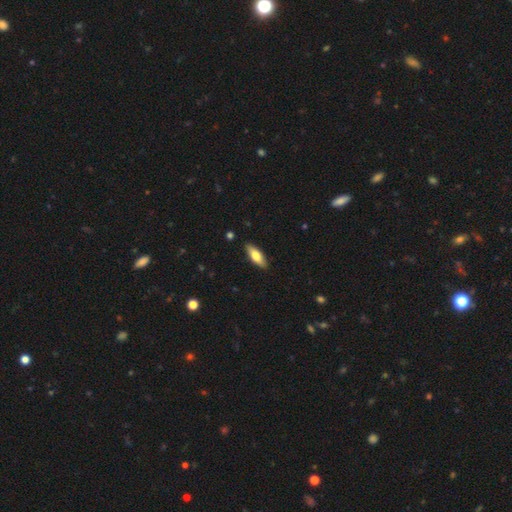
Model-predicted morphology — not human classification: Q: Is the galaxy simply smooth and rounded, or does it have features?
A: smooth — 71%.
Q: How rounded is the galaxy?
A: in between — 63%.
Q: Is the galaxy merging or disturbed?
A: none — 89%.